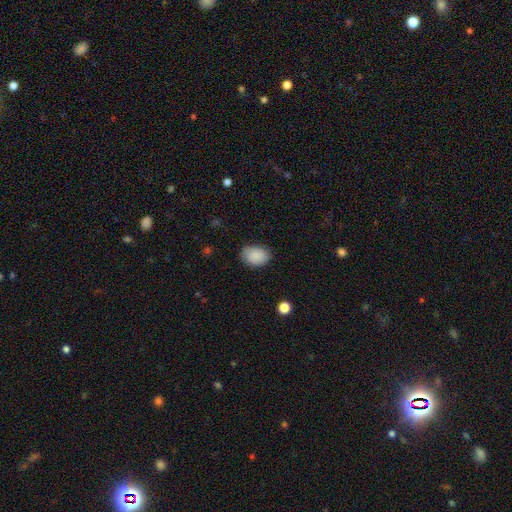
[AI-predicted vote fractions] The model was most divided on "how rounded": in between: 78%, round: 21%, cigar-shaped: 1%. More confident: smooth or featured — smooth (86%); merging — none (80%).